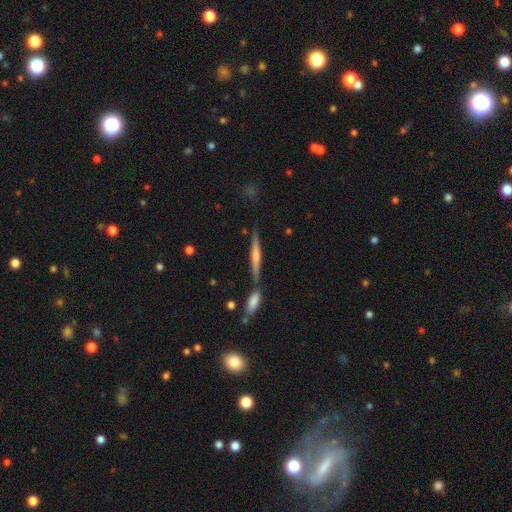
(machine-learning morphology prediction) Q: Smooth or featured?
A: featured or disk (65%); runner-up: smooth (27%)
Q: Edge-on disk?
A: yes (96%); runner-up: no (4%)
Q: Edge-on bulge?
A: rounded (64%); runner-up: none (21%)
Q: Merging?
A: none (72%); runner-up: merger (16%)